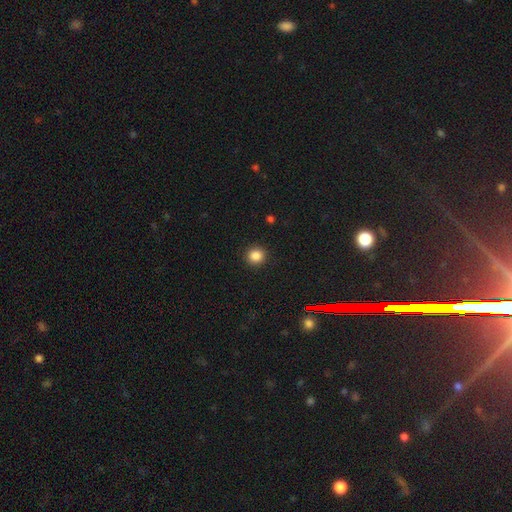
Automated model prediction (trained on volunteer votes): Smooth or featured? smooth (86%)
How rounded? round (91%)
Merging? none (91%)